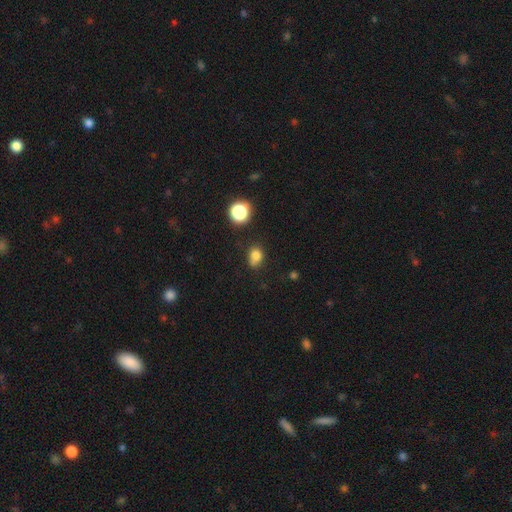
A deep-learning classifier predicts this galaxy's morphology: A smooth galaxy with no disk features (78%) that is in between round and cigar-shaped (51%). Merging: none (55%).